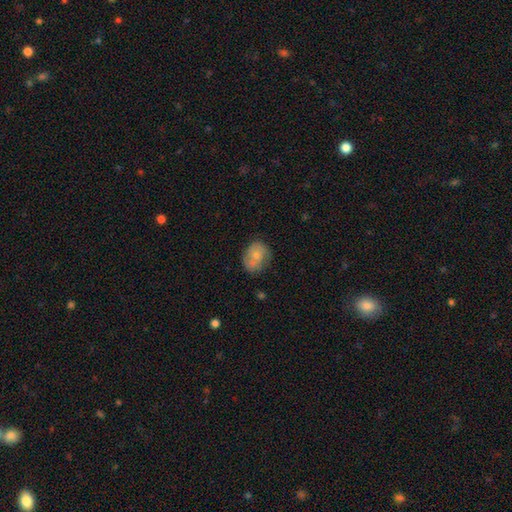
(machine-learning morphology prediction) Smooth or featured?
  - smooth: 63% *
  - featured or disk: 29%
  - star or artifact: 8%
How rounded?
  - round: 50% *
  - in between: 49%
  - cigar-shaped: 1%
Merging?
  - none: 52% *
  - minor disturbance: 24%
  - merger: 15%
  - major disturbance: 9%